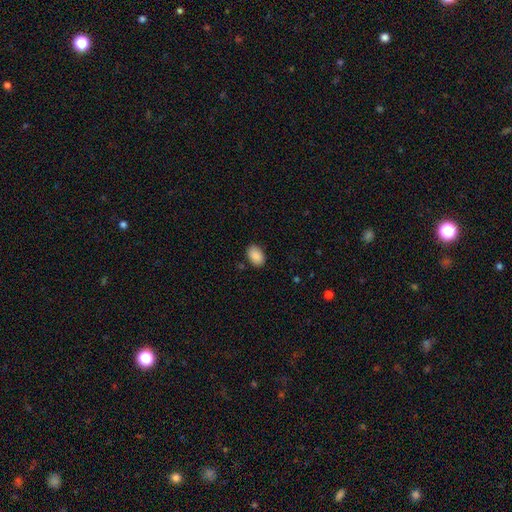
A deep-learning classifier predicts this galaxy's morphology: type=smooth (89%); roundness=in between (89%); merging=none (87%).